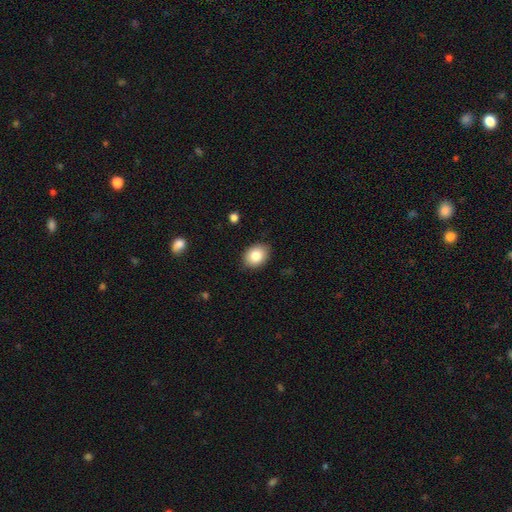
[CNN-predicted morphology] Q: Smooth or featured?
A: smooth (84%); runner-up: star or artifact (8%)
Q: How rounded?
A: in between (59%); runner-up: round (40%)
Q: Merging?
A: none (87%); runner-up: minor disturbance (10%)